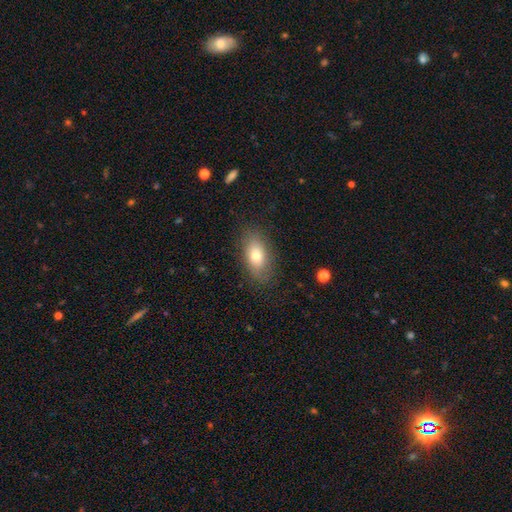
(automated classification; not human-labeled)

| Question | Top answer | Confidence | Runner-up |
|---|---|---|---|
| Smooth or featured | smooth | 76% | featured or disk (16%) |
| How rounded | in between | 88% | round (8%) |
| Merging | none | 82% | minor disturbance (13%) |